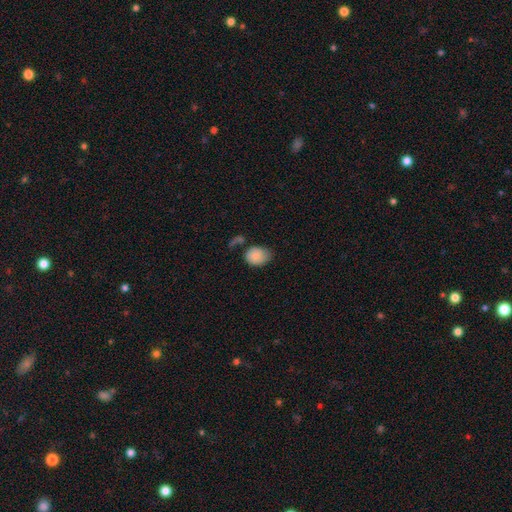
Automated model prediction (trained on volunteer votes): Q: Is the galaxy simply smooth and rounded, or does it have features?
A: smooth — 83%.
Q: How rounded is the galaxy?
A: in between — 57%.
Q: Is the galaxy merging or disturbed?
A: none — 51%.